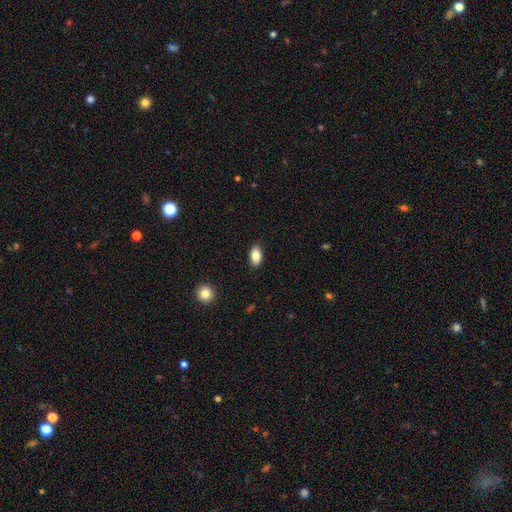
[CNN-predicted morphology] smooth_or_featured: smooth (p=0.84) [alt: featured or disk p=0.08]
how_rounded: in between (p=0.91) [alt: round p=0.06]
merging: none (p=0.88) [alt: minor disturbance p=0.09]